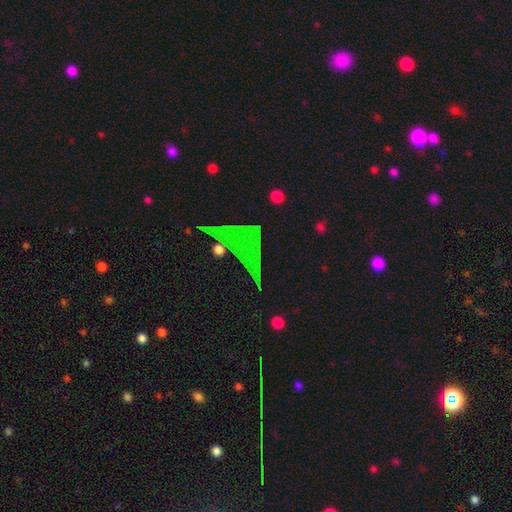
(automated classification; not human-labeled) Morphology: type=star or artifact (61%).